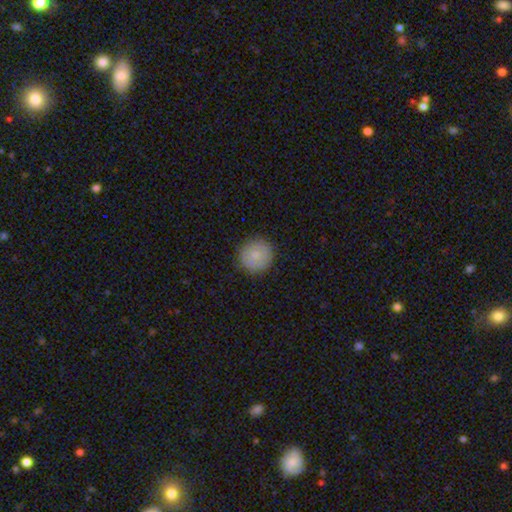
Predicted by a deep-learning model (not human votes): smooth-or-featured: smooth: 82% | featured or disk: 11% | star or artifact: 7%
  how-rounded: round: 95% | in between: 4% | cigar-shaped: 1%
  merging: none: 89% | minor disturbance: 8% | major disturbance: 2% | merger: 1%